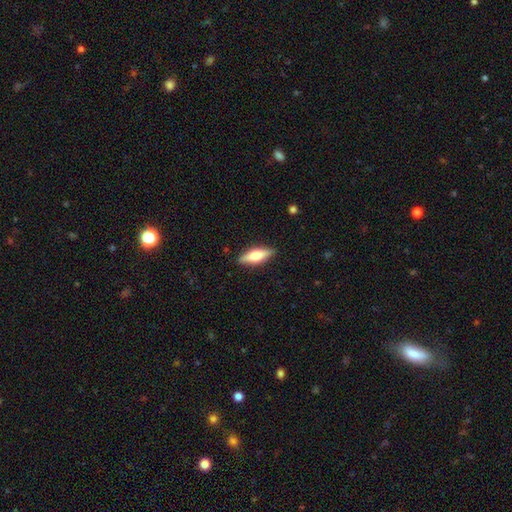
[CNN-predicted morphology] A smooth galaxy with no disk features (56%) that is in between round and cigar-shaped (54%). Merging: none (88%).